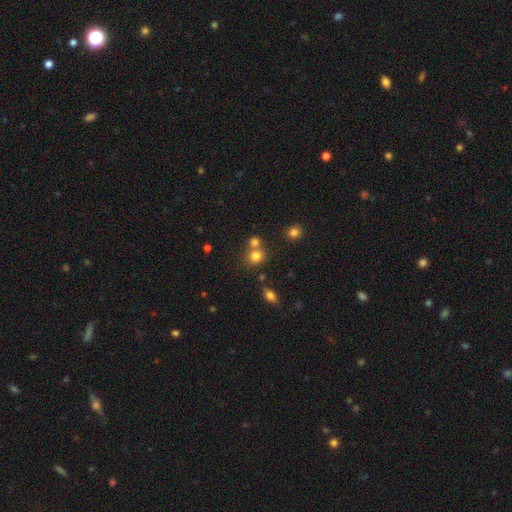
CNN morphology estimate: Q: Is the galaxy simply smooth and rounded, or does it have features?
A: smooth — 78%.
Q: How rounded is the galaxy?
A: round — 83%.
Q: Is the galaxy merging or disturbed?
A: none — 57%.